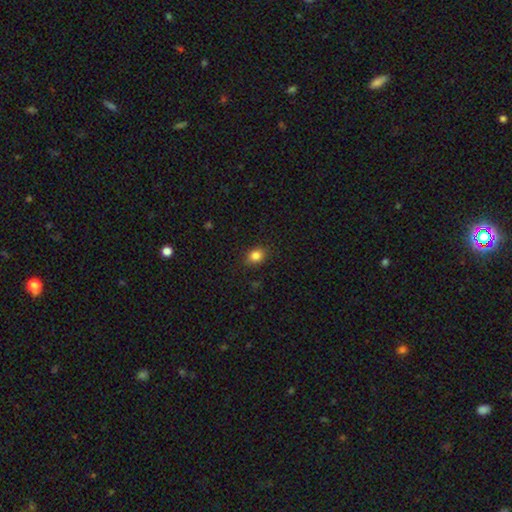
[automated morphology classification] type=smooth (84%); roundness=in between (58%); merging=none (87%).